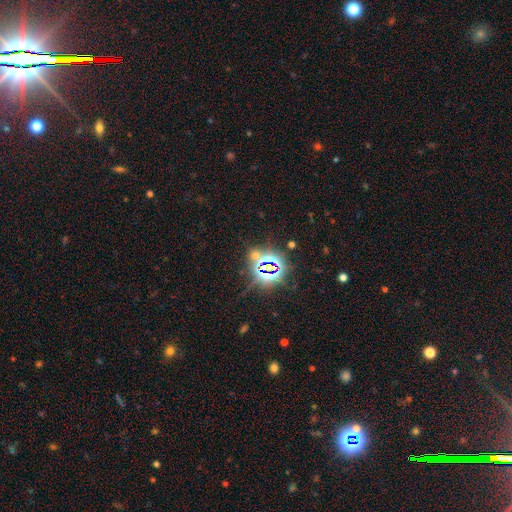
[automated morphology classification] smooth-or-featured: star or artifact: 75% | smooth: 17% | featured or disk: 8%